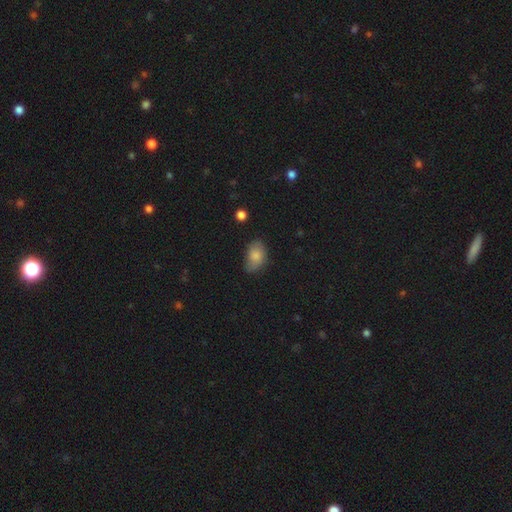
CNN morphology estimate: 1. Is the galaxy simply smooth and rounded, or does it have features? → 81% smooth, 11% featured or disk, 8% star or artifact.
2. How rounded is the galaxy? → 87% in between, 12% round, 1% cigar-shaped.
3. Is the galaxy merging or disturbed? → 64% none, 28% minor disturbance, 6% major disturbance, 2% merger.